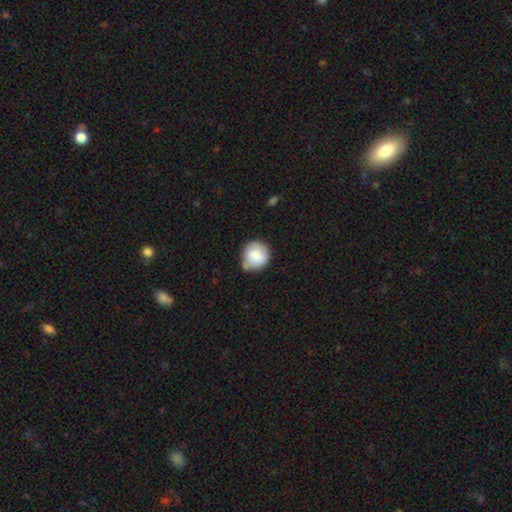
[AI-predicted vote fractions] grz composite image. It shows a smooth galaxy with no disk features (82%) that is round (89%). Merging: none (65%).